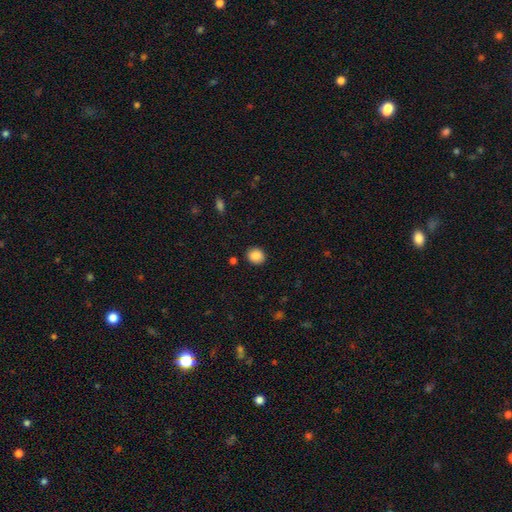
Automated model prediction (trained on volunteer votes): smooth-or-featured: smooth: 88% | star or artifact: 9% | featured or disk: 3%
  how-rounded: round: 76% | in between: 23% | cigar-shaped: 1%
  merging: none: 89% | minor disturbance: 7% | major disturbance: 2% | merger: 2%